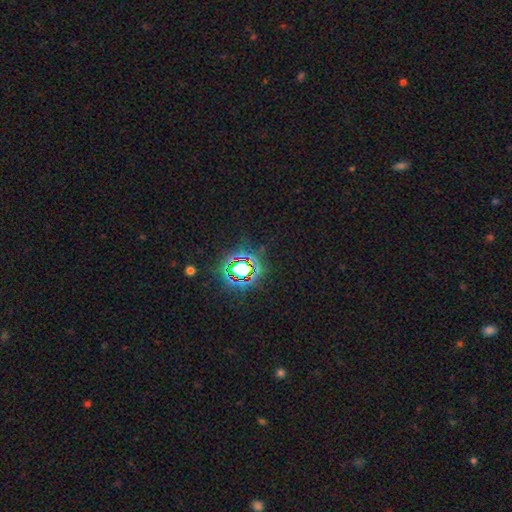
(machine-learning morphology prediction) Smooth or featured: star or artifact — 80% (smooth — 11%)